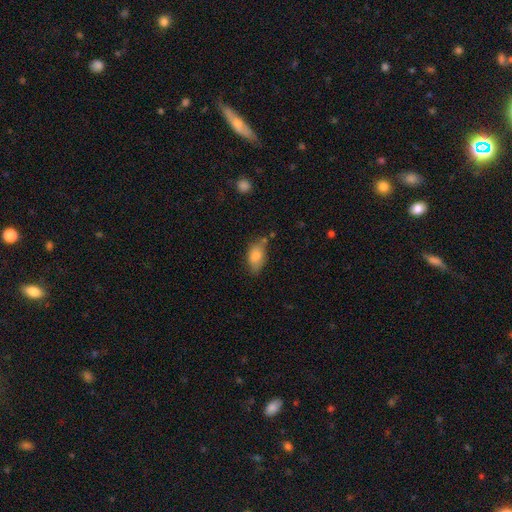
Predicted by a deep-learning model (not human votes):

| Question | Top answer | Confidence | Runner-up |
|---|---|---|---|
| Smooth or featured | smooth | 80% | featured or disk (12%) |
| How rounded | in between | 89% | round (7%) |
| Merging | none | 64% | minor disturbance (24%) |